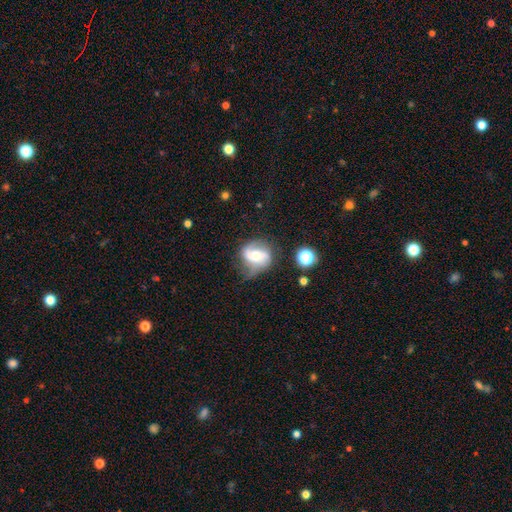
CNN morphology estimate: The model was most divided on "spiral winding": loose: 45%, medium: 38%, tight: 17%. Remaining: edge-on disk — no (96%); spiral arms — yes (85%); spiral arm count — 2 (79%); smooth or featured — featured or disk (65%); bulge size — moderate (64%); merging — none (56%); bar — no (47%).